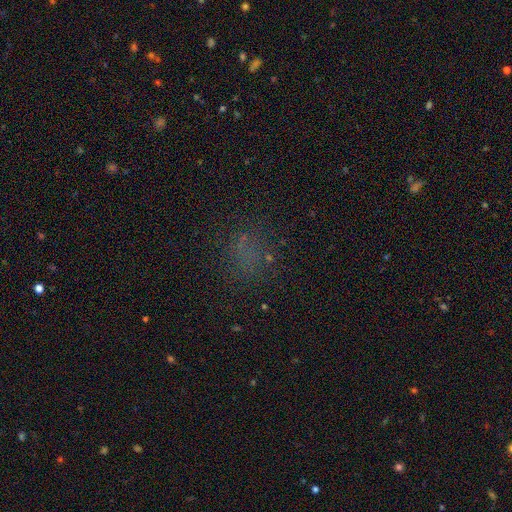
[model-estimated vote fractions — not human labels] Smooth or featured? Predicted: smooth (p=0.50). Merging? Predicted: none (p=0.71).